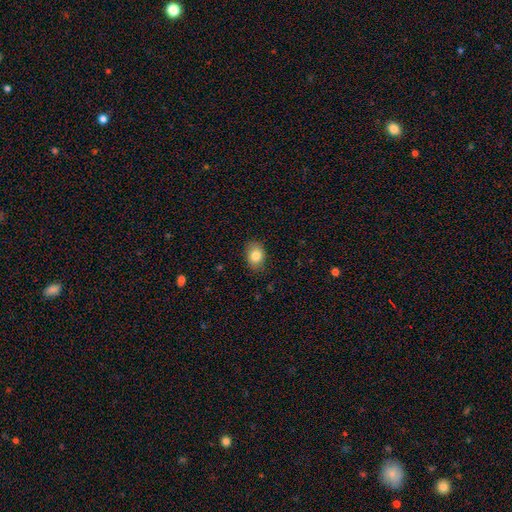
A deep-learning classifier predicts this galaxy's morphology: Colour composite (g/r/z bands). It shows a smooth galaxy with no disk features (83%) that is in between round and cigar-shaped (70%). Merging: none (84%).